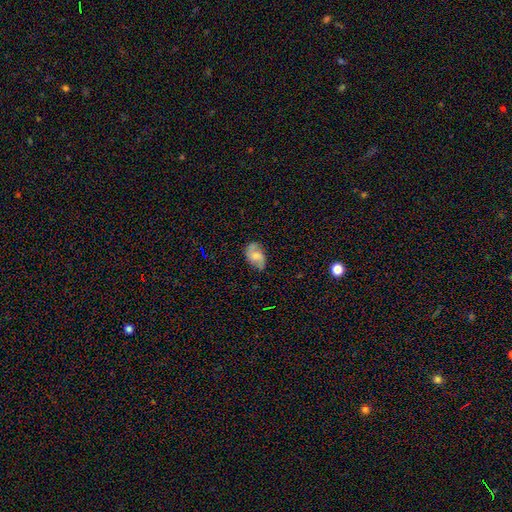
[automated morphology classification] smooth_or_featured: smooth (p=0.48) [alt: featured or disk p=0.44]
merging: none (p=0.68) [alt: minor disturbance p=0.24]